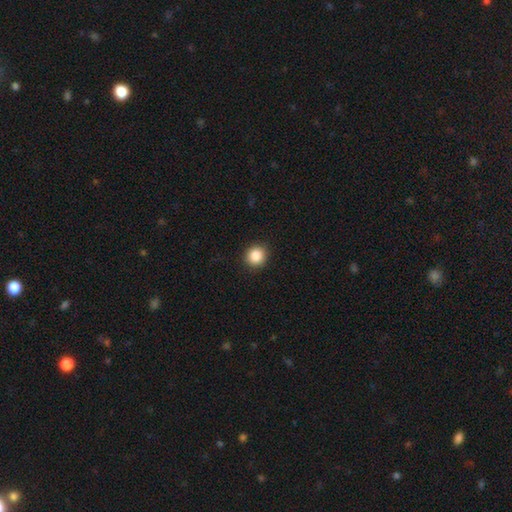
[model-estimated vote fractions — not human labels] Morphology: type=smooth (86%); roundness=round (89%); merging=none (91%).